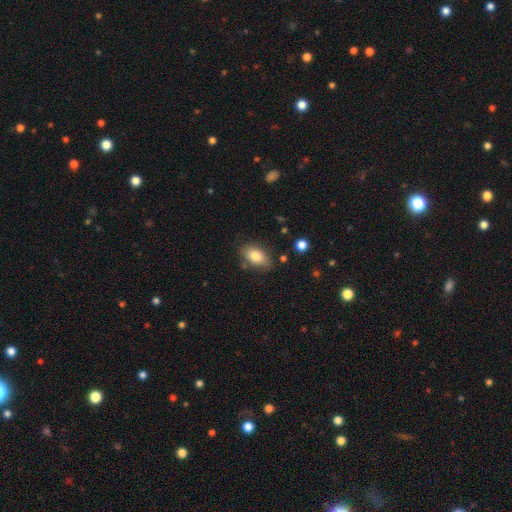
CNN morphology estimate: type=smooth (82%); roundness=in between (89%); merging=none (79%).